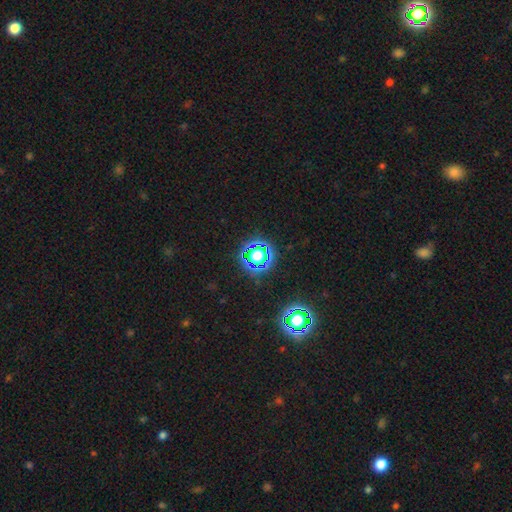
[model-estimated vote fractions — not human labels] Smooth or featured? star or artifact (56%)